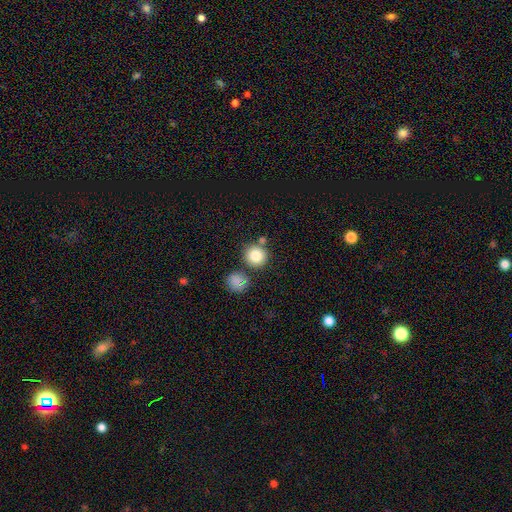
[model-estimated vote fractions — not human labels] This is clearly a smooth galaxy (83%). How rounded: clearly round (91%). Merging: likely none (74%).